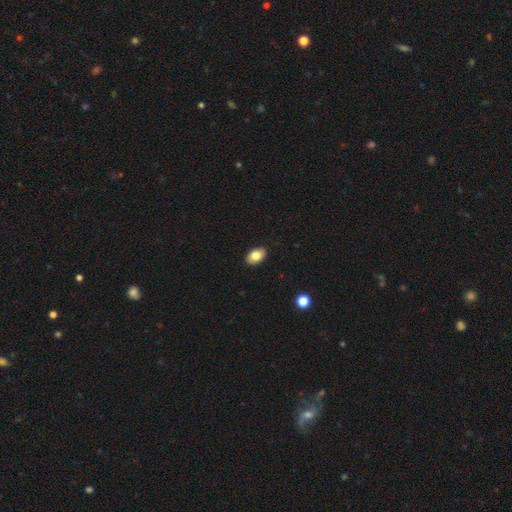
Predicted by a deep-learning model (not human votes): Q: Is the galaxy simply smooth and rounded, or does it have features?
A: smooth — 82%.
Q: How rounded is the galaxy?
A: in between — 88%.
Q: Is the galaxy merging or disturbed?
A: none — 90%.